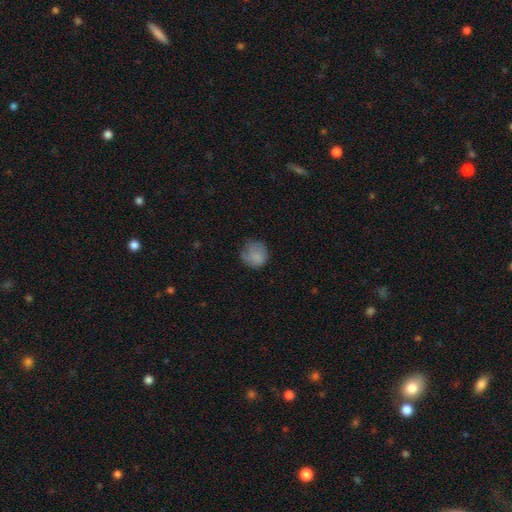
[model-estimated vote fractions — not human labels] smooth 82%, featured or disk 10%, star or artifact 8%. Down the decision tree: how rounded — round (90%); merging — none (71%).